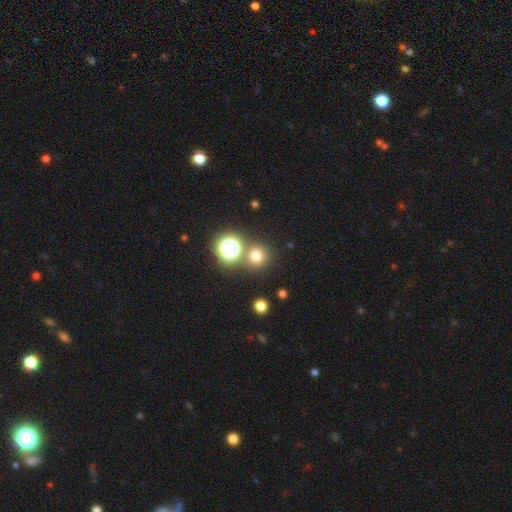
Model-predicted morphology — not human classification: Smooth or featured? Predicted: smooth (p=0.70). How rounded? Predicted: round (p=0.91). Merging? Predicted: none (p=0.77).